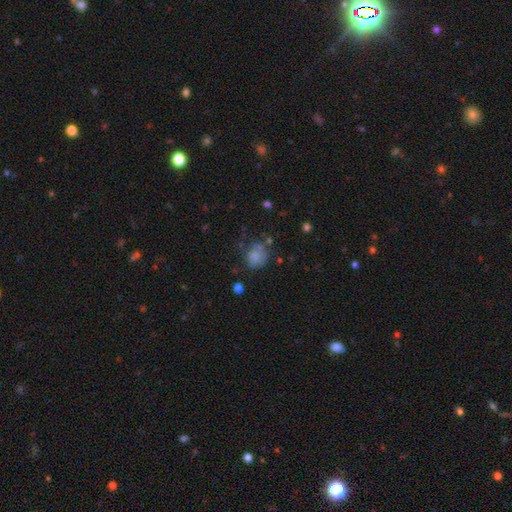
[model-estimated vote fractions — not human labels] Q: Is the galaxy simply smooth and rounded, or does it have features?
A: smooth — 68%.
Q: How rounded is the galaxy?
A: round — 67%.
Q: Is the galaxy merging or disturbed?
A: none — 48%.